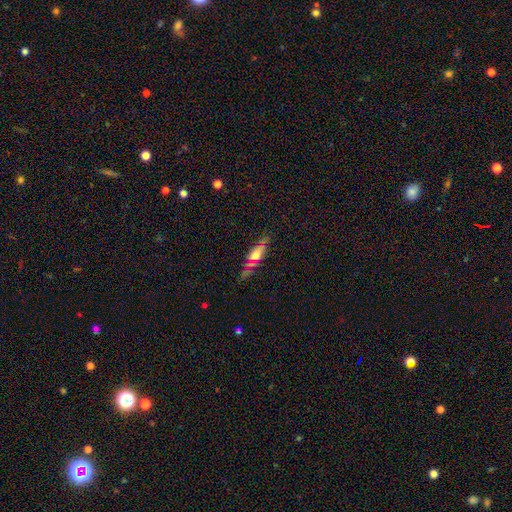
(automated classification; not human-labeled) This appears to be a smooth galaxy with no disk features (51%) that is in between round and cigar-shaped (54%). Merging: none (80%).